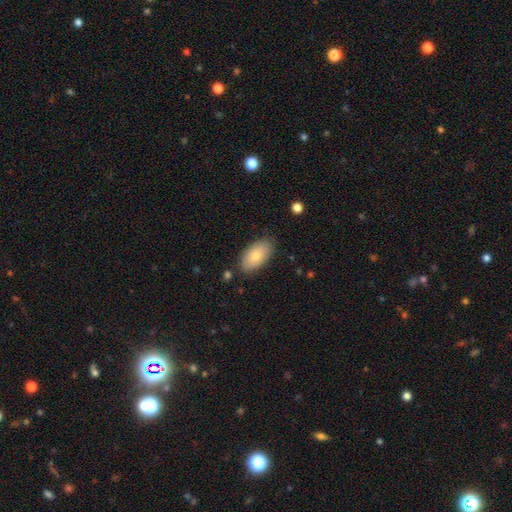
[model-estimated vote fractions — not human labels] smooth 79%, featured or disk 15%, star or artifact 6%. Down the decision tree: how rounded — in between (94%); merging — none (84%).